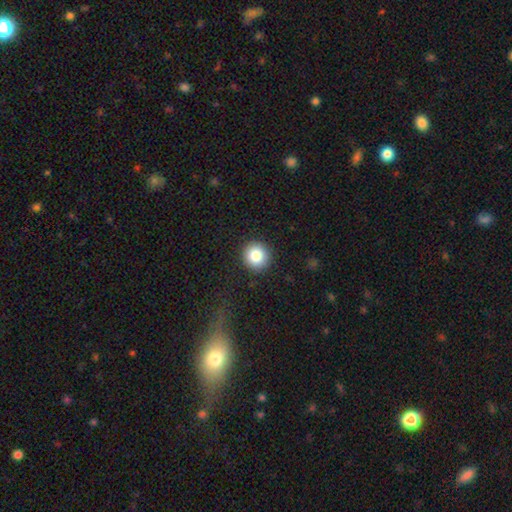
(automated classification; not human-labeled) Smooth or featured: smooth — 85% (star or artifact — 9%)
How rounded: round — 94% (in between — 5%)
Merging: none — 91% (minor disturbance — 6%)